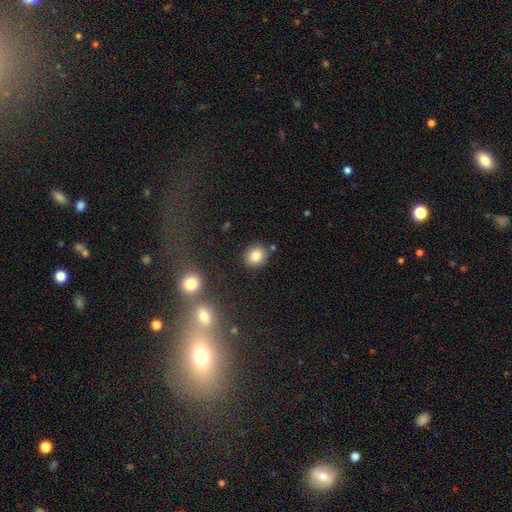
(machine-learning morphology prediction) type=smooth (82%); roundness=round (83%); merging=none (87%).